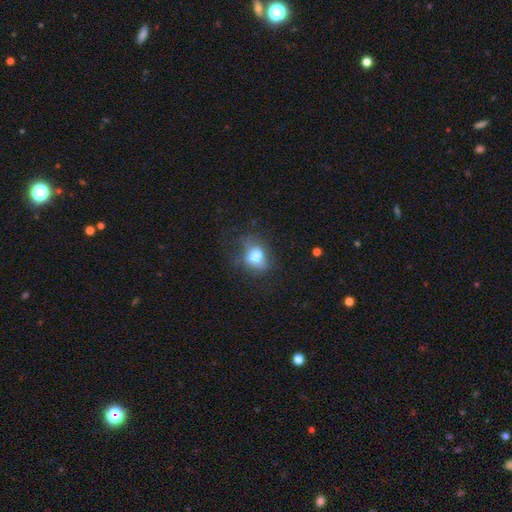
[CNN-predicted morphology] A smooth galaxy with no disk features (68%) that is in between round and cigar-shaped (60%). Merging: none (47%).